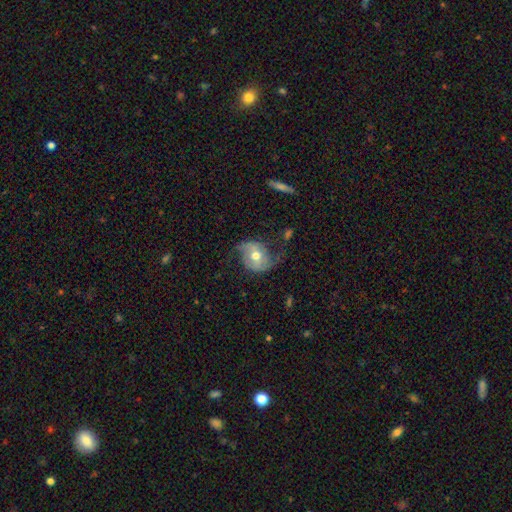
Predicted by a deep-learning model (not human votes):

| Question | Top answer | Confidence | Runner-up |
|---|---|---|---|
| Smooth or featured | featured or disk | 69% | smooth (24%) |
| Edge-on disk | no | 96% | yes (4%) |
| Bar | no | 52% | weak (33%) |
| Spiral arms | yes | 85% | no (15%) |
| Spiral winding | loose | 60% | medium (30%) |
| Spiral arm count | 2 | 87% | can't tell (6%) |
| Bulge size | moderate | 75% | small (15%) |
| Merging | none | 57% | minor disturbance (23%) |